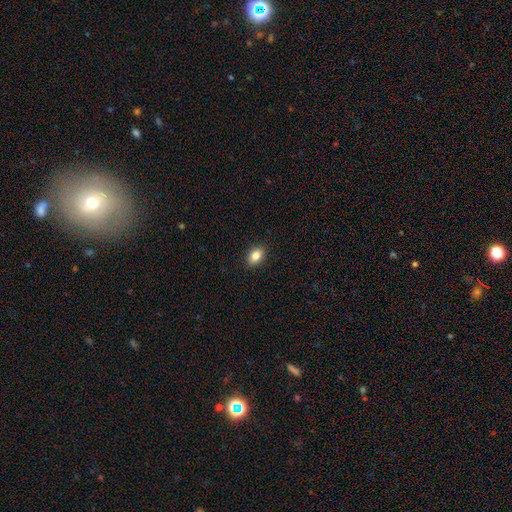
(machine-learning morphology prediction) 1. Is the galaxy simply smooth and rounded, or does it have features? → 83% smooth, 9% star or artifact, 8% featured or disk.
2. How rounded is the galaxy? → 80% in between, 18% round, 2% cigar-shaped.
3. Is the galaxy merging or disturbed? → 90% none, 8% minor disturbance, 2% major disturbance, 1% merger.